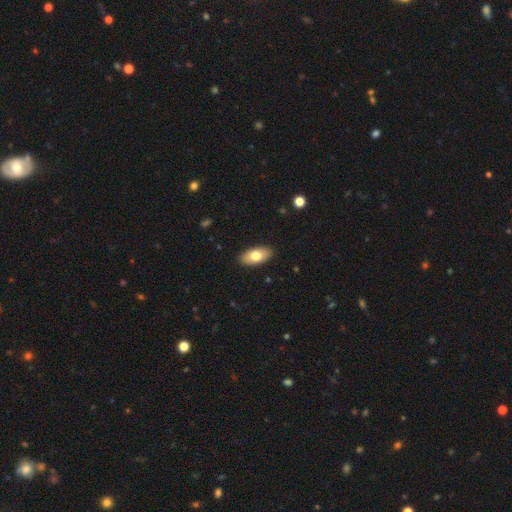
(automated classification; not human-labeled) A smooth galaxy with no disk features (75%) that is in between round and cigar-shaped (91%). Merging: none (89%).